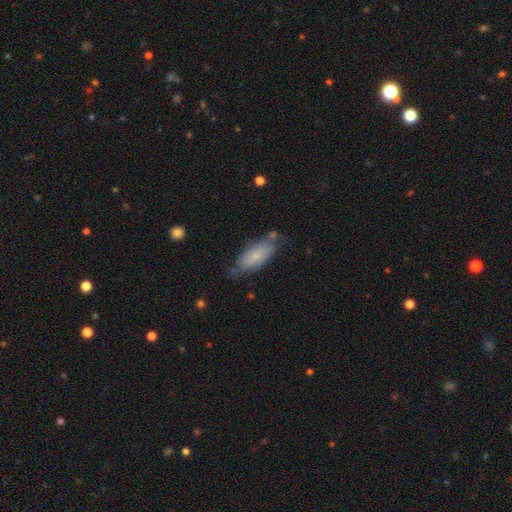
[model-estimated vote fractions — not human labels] A smooth galaxy with no disk features (73%) that is in between round and cigar-shaped (75%).

Vote fractions:
- Smooth or featured? smooth: 73% / featured or disk: 21% / star or artifact: 7%
- How rounded? in between: 75% / cigar-shaped: 23% / round: 2%
- Merging? none: 63% / minor disturbance: 26% / major disturbance: 6% / merger: 5%